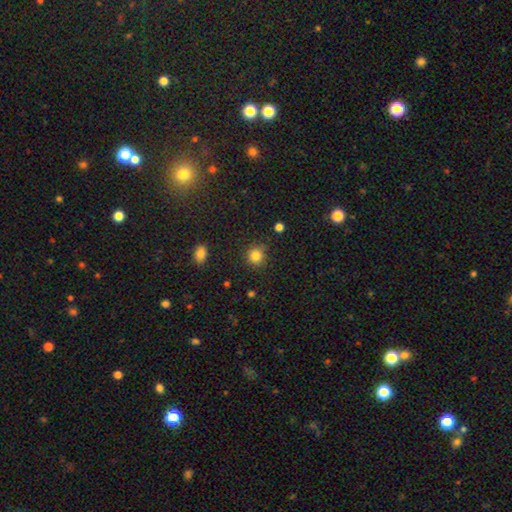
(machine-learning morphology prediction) Smooth or featured?
  - smooth: 83% *
  - star or artifact: 12%
  - featured or disk: 5%
How rounded?
  - round: 90% *
  - in between: 9%
  - cigar-shaped: 1%
Merging?
  - none: 85% *
  - minor disturbance: 11%
  - major disturbance: 3%
  - merger: 2%